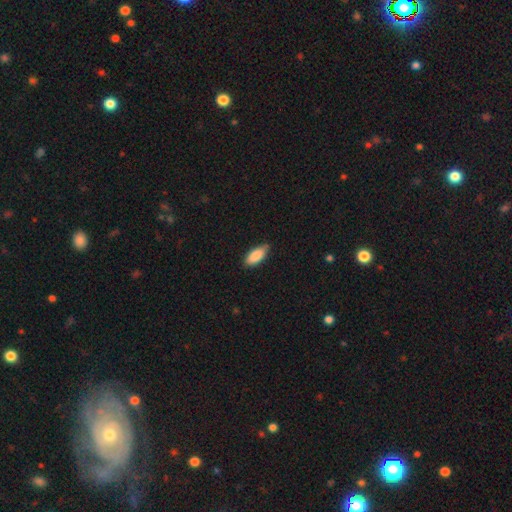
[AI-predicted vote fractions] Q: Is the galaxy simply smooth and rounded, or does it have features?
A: smooth — 88%.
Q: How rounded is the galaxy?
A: in between — 87%.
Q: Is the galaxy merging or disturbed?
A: none — 76%.